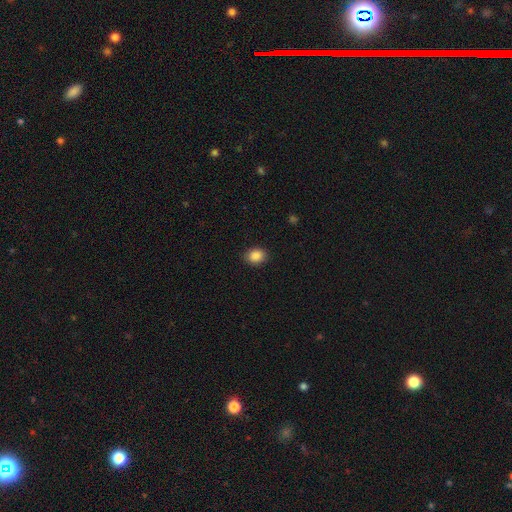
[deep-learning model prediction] Smooth or featured? smooth (88%)
How rounded? in between (52%)
Merging? none (87%)